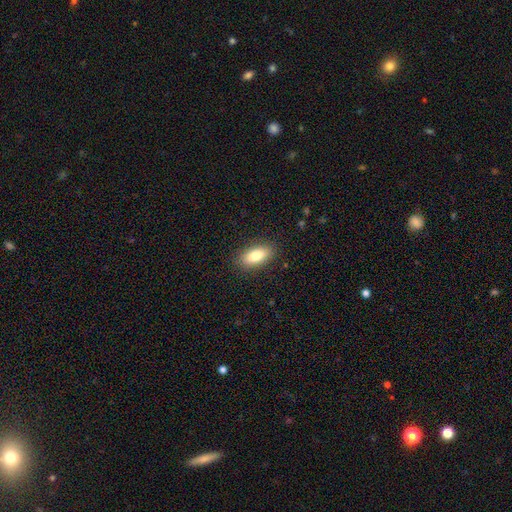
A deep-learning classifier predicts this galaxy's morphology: Smooth or featured? Predicted: smooth (p=0.81). How rounded? Predicted: in between (p=0.86). Merging? Predicted: none (p=0.87).